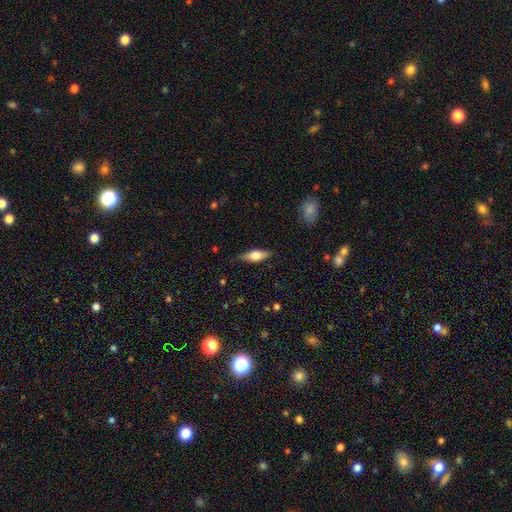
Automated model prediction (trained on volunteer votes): The model was most divided on "smooth or featured": smooth: 54%, featured or disk: 40%, star or artifact: 6%. More confident: merging — none (83%); how rounded — in between (56%).